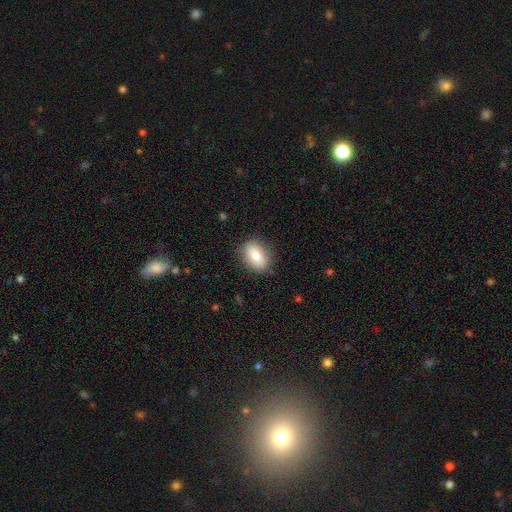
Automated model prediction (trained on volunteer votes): smooth 83%, featured or disk 9%, star or artifact 7%. Down the decision tree: how rounded — in between (82%); merging — none (83%).